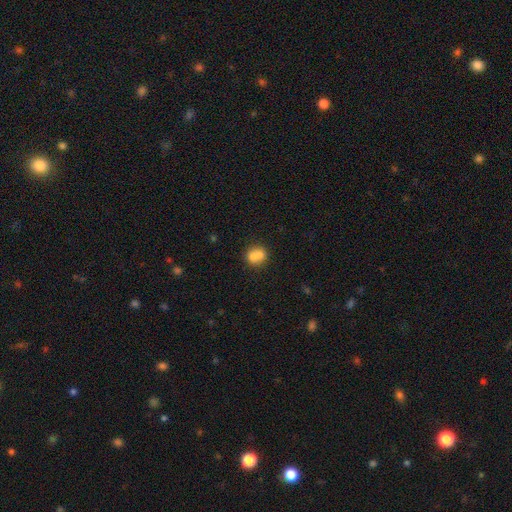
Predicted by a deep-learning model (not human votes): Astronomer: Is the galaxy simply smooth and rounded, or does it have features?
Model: smooth — 71%.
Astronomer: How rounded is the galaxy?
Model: round — 73%.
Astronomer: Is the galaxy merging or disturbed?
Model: merger — 57%.